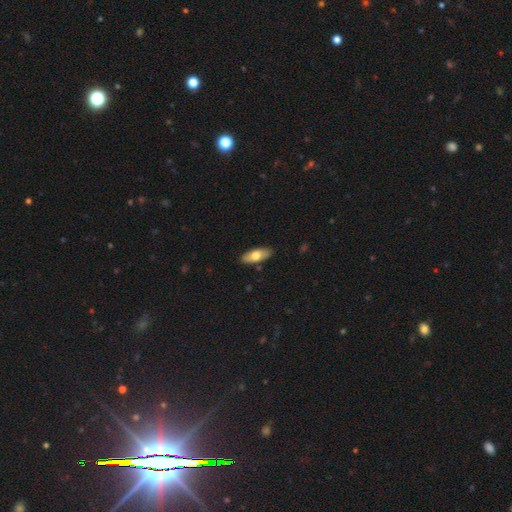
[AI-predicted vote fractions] This appears to be a smooth galaxy with no disk features (68%) that is in between round and cigar-shaped (77%). Merging: none (87%).